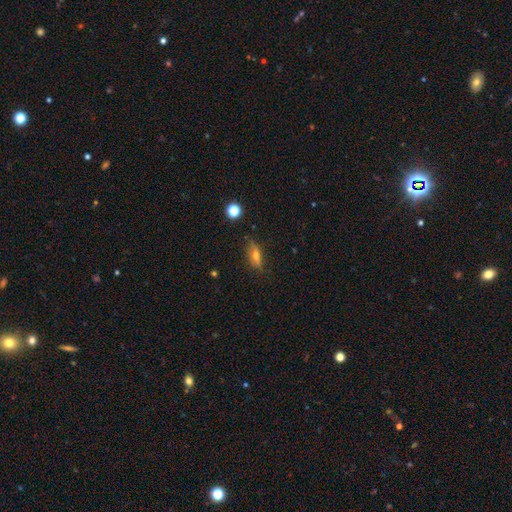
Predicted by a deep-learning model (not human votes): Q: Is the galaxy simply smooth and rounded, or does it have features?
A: smooth — 50%.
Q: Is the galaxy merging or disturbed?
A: none — 79%.